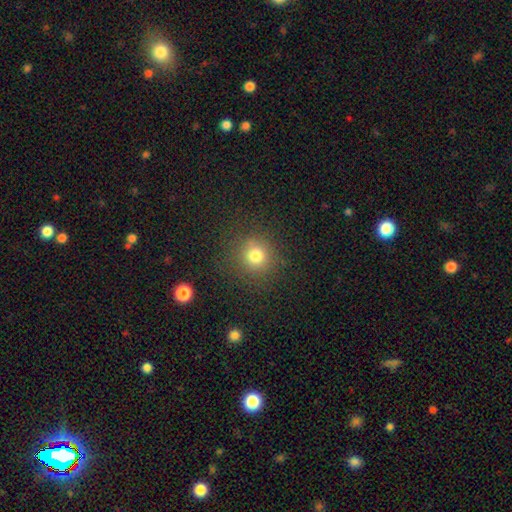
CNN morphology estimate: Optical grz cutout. It shows a smooth galaxy with no disk features (78%) that is round (92%). Merging: none (87%).